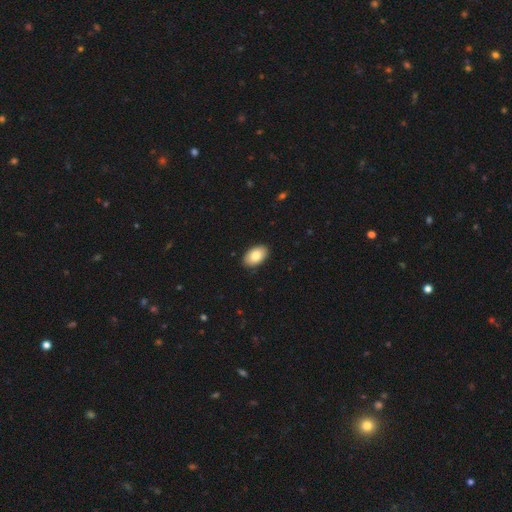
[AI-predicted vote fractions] Morphology: type=smooth (84%); roundness=in between (93%); merging=none (90%).